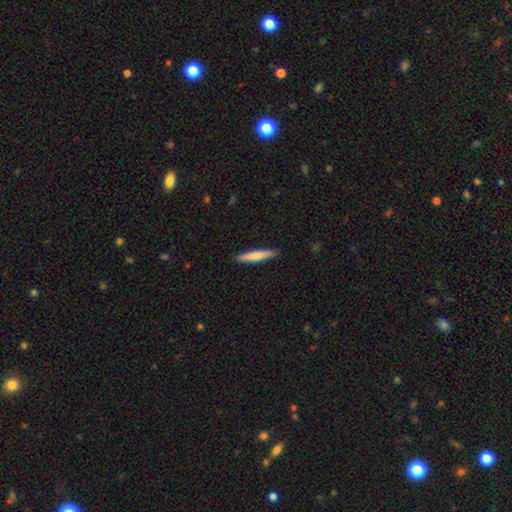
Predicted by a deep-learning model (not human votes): Smooth or featured: smooth — 70% (featured or disk — 25%)
How rounded: cigar-shaped — 92% (in between — 7%)
Merging: none — 90% (minor disturbance — 8%)